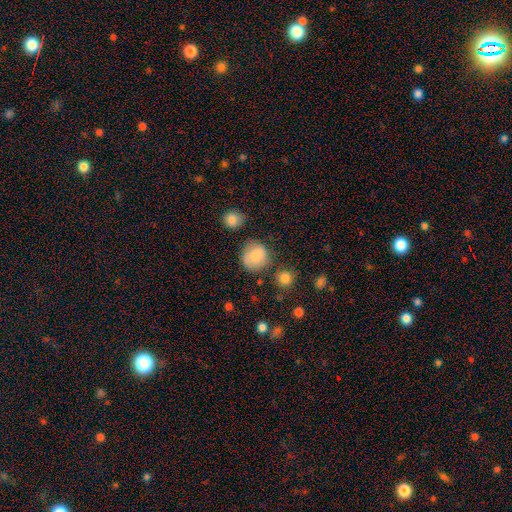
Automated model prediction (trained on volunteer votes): Smooth or featured?
  - smooth: 81% *
  - featured or disk: 10%
  - star or artifact: 9%
How rounded?
  - round: 86% *
  - in between: 13%
  - cigar-shaped: 1%
Merging?
  - none: 70% *
  - minor disturbance: 19%
  - major disturbance: 6%
  - merger: 5%